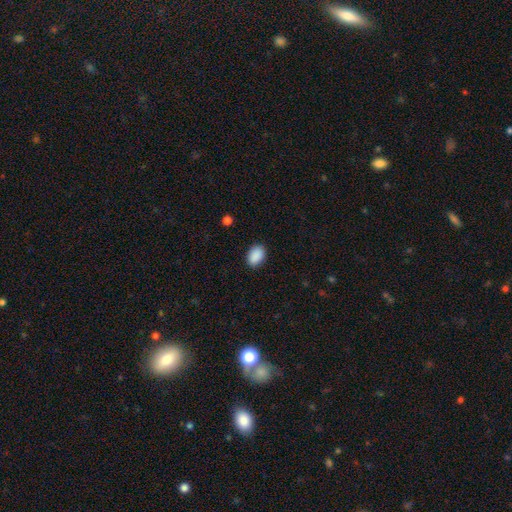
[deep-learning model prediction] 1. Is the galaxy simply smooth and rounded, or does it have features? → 90% smooth, 7% star or artifact, 2% featured or disk.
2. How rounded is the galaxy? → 86% in between, 13% round, 1% cigar-shaped.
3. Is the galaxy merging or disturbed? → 87% none, 9% minor disturbance, 2% major disturbance, 1% merger.